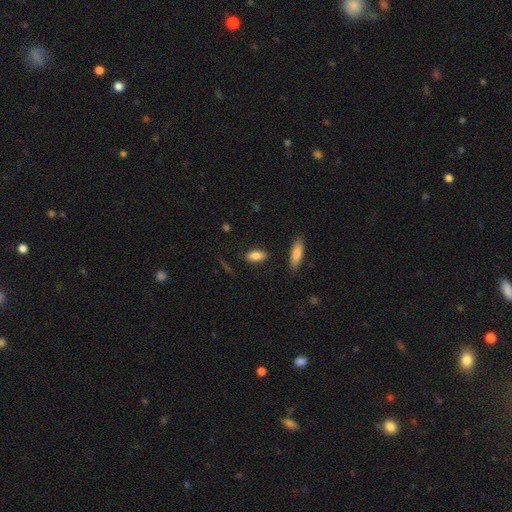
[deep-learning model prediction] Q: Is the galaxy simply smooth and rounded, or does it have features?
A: smooth — 86%.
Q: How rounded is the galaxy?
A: in between — 87%.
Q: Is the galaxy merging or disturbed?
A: none — 85%.